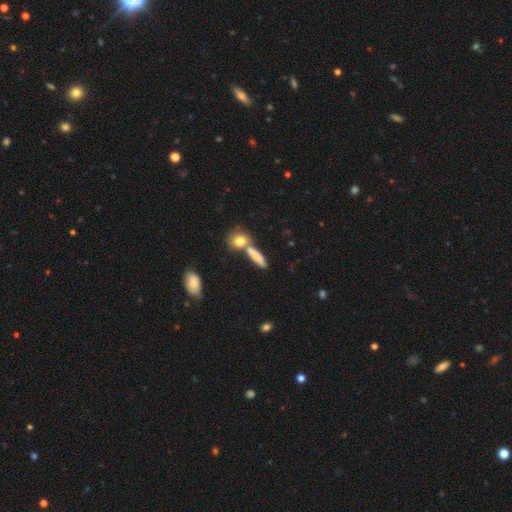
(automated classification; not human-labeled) A smooth galaxy with no disk features (74%) that is cigar-shaped (58%). Merging: none (56%).